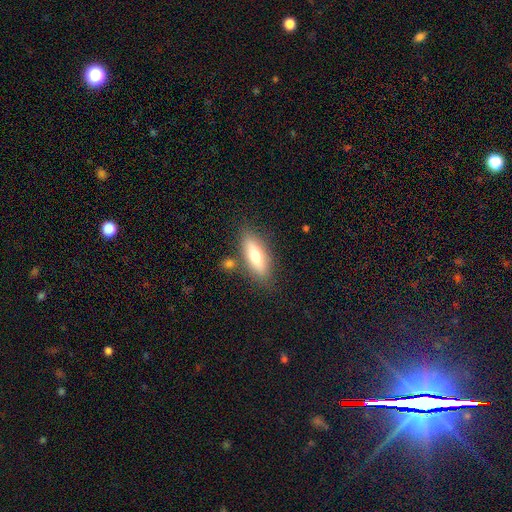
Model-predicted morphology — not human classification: A smooth galaxy with no disk features (67%) that is in between round and cigar-shaped (60%). Merging: none (77%).